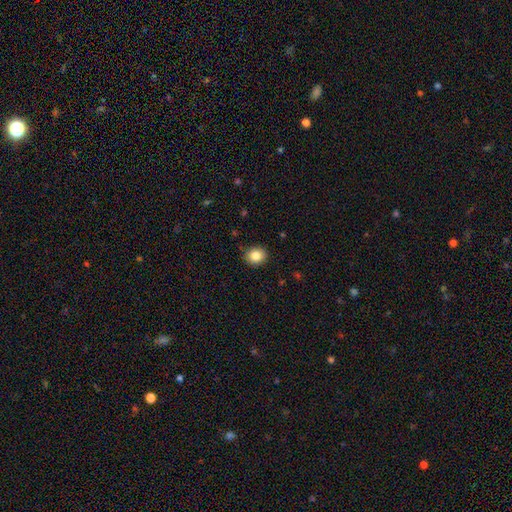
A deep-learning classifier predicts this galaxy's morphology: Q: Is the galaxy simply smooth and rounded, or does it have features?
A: smooth — 84%.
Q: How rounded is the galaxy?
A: round — 73%.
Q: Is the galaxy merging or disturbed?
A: none — 89%.